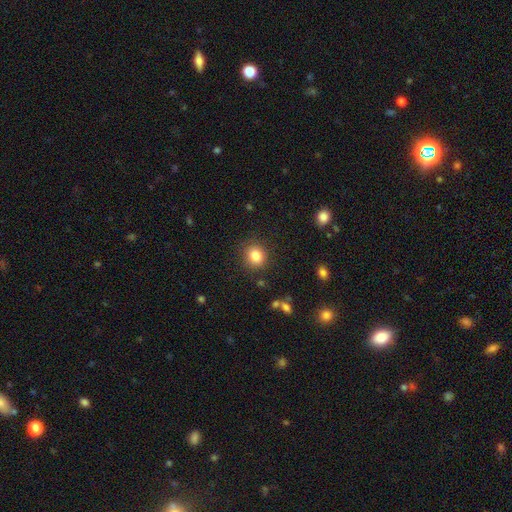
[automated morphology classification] Smooth or featured? smooth (84%)
How rounded? round (83%)
Merging? none (88%)